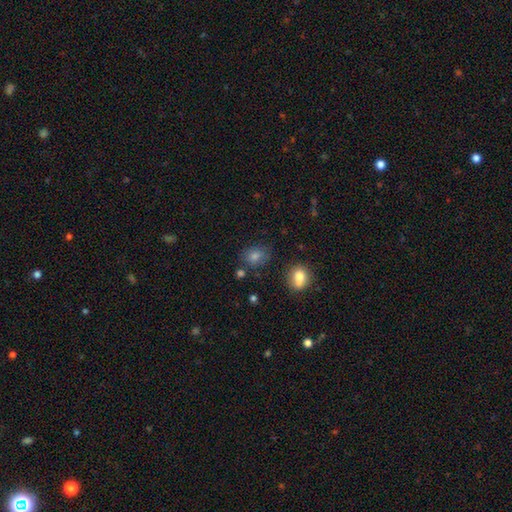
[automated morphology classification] Overall: smooth (78%). How rounded: in between (54%; round 44%). Merging: none (75%).